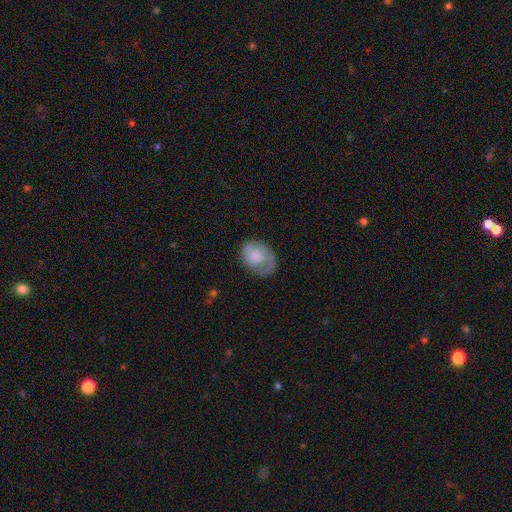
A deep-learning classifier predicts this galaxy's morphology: Overall: smooth (60%; featured or disk 33%). How rounded: in between (71%). Merging: none (52%; minor disturbance 28%).